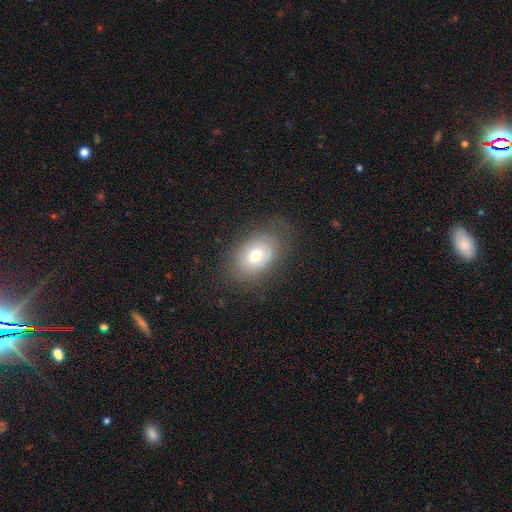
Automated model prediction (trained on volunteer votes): A smooth galaxy with no disk features (61%) that is in between round and cigar-shaped (83%).

Vote fractions:
- Smooth or featured? smooth: 61% / featured or disk: 29% / star or artifact: 9%
- How rounded? in between: 83% / round: 15% / cigar-shaped: 1%
- Merging? none: 71% / minor disturbance: 20% / major disturbance: 8% / merger: 1%